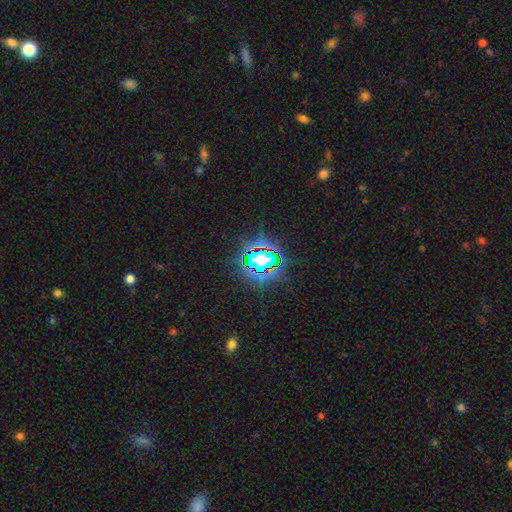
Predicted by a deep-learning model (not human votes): Overall: star or artifact (79%).